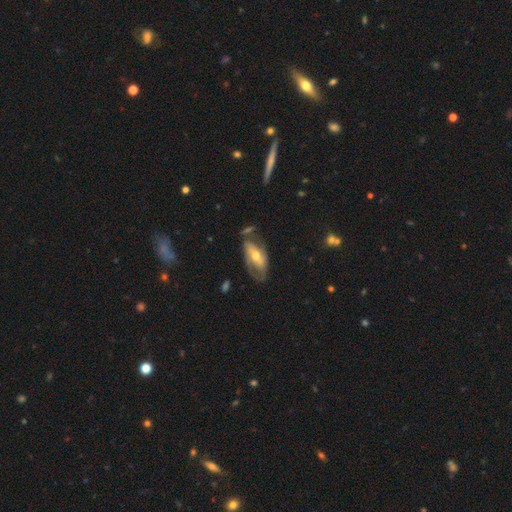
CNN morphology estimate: This is likely a featured or disk galaxy (62%). It is clearly not viewed edge-on (87%). Bar: possibly no (50%). Spiral arm pattern: likely yes (62%). Central bulge: likely moderate (63%). Merging: marginally none (42%).